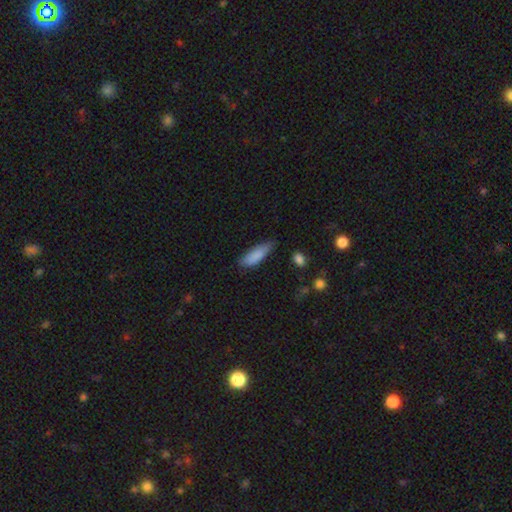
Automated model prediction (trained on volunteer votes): This appears to be a smooth galaxy with no disk features (84%) that is in between round and cigar-shaped (55%). Merging: none (55%).